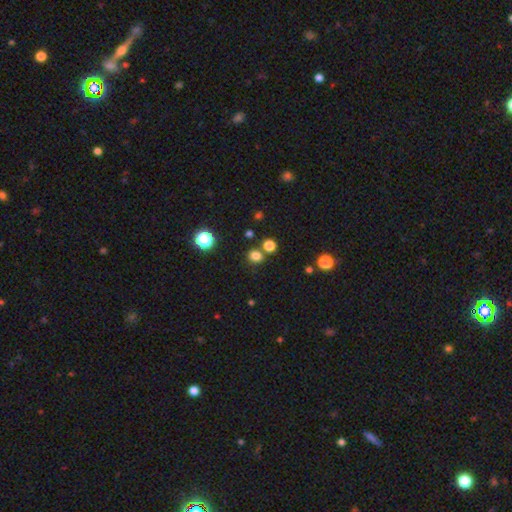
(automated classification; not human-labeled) This appears to be a smooth galaxy with no disk features (78%) that is round (68%). Merging: none (75%).